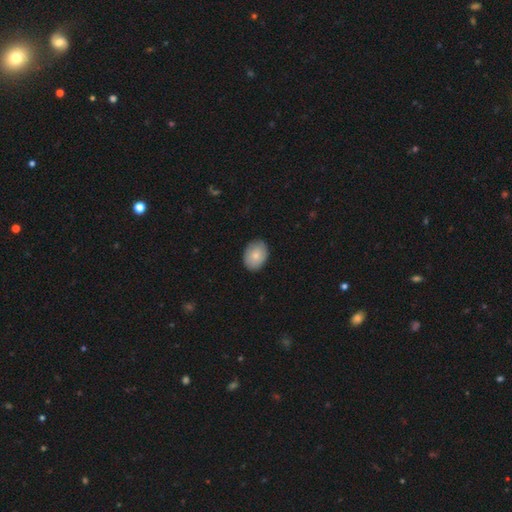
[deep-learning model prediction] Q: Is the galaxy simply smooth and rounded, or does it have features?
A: smooth — 78%.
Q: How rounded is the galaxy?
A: in between — 72%.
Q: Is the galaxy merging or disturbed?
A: none — 85%.